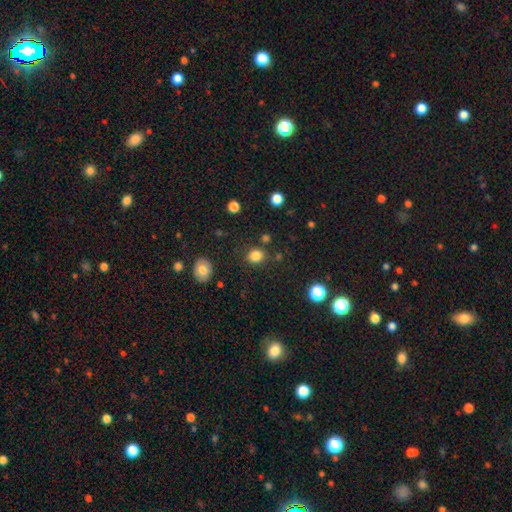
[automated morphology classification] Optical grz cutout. It shows a smooth galaxy with no disk features (83%) that is round (73%). Merging: none (82%).